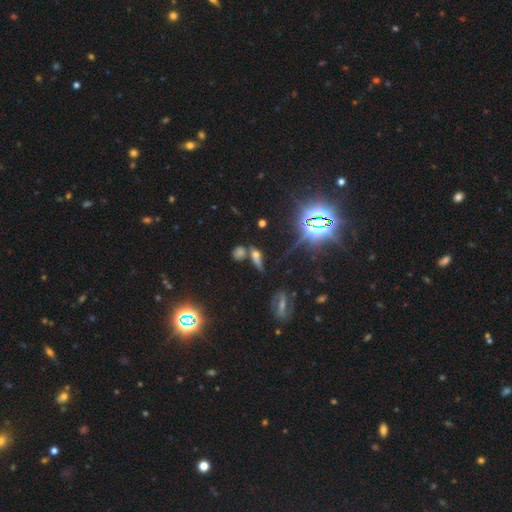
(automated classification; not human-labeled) The model was most divided on "smooth or featured": smooth: 39%, star or artifact: 36%, featured or disk: 25%. More confident: merging — none (51%).